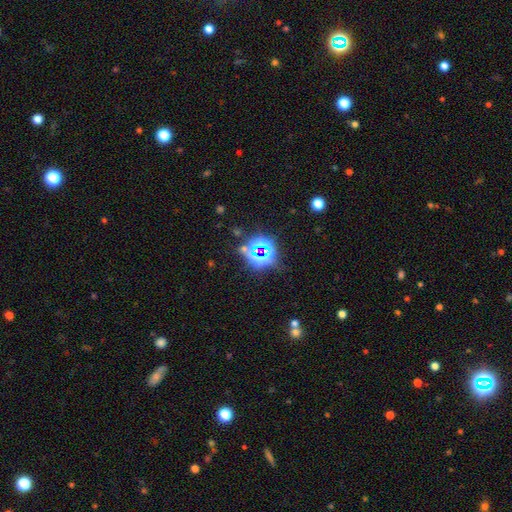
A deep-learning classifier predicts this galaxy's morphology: smooth-or-featured: star or artifact: 75% | smooth: 15% | featured or disk: 10%